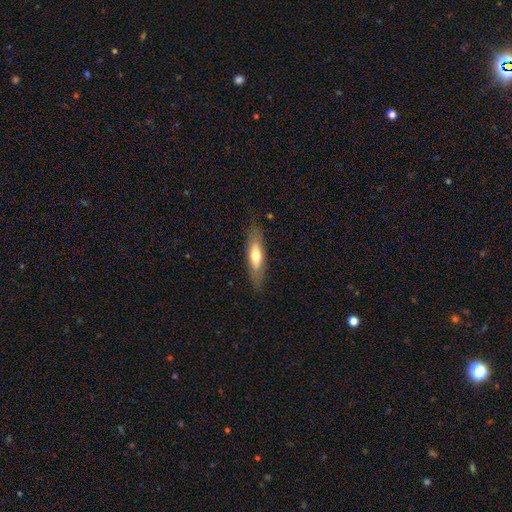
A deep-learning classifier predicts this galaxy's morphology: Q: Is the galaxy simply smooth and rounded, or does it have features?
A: smooth — 57%.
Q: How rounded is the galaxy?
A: cigar-shaped — 61%.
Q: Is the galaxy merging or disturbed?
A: none — 81%.